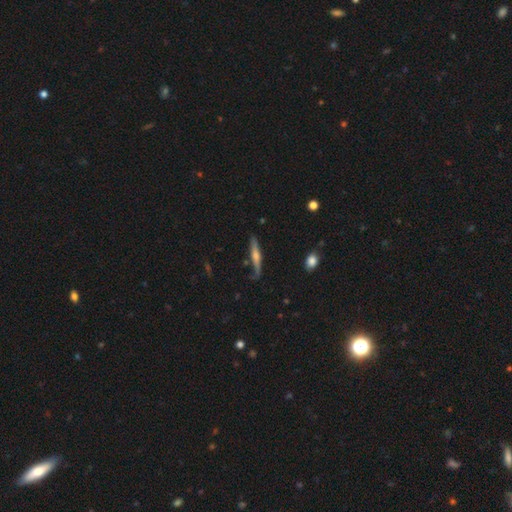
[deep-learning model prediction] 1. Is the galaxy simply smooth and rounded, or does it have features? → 61% featured or disk, 33% smooth, 6% star or artifact.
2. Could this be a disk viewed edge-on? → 95% yes, 5% no.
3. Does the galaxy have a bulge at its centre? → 81% rounded, 12% none, 7% boxy.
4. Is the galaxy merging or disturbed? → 75% none, 18% minor disturbance, 4% major disturbance, 3% merger.